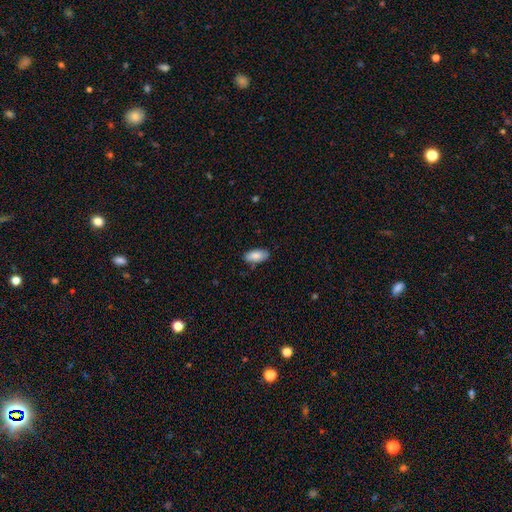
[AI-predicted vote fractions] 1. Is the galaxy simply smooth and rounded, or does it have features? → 85% smooth, 9% featured or disk, 6% star or artifact.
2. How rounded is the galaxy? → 91% in between, 7% cigar-shaped, 2% round.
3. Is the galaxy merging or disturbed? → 82% none, 14% minor disturbance, 2% major disturbance, 2% merger.